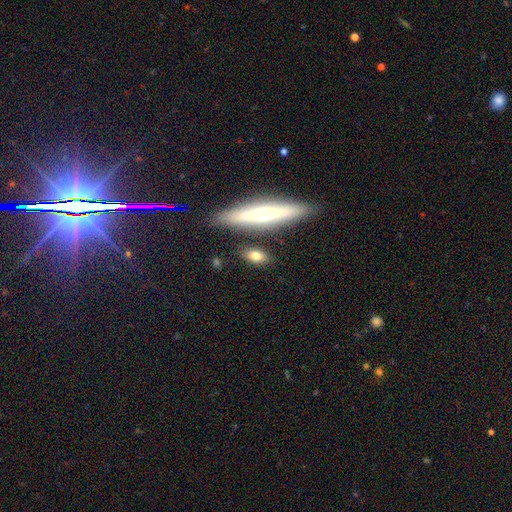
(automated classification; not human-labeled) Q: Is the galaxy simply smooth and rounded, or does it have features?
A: smooth — 72%.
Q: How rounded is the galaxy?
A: in between — 71%.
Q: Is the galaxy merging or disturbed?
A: none — 80%.